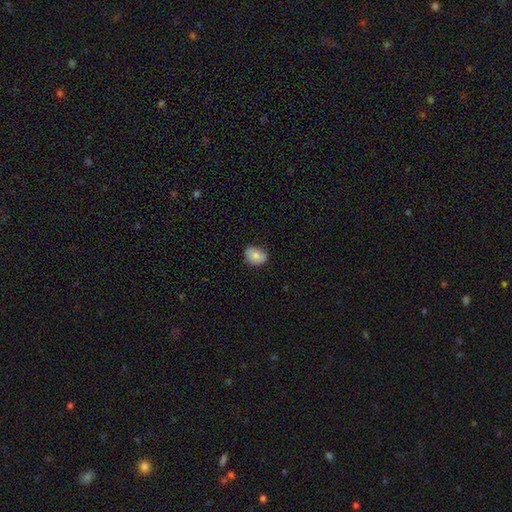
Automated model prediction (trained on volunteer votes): smooth 78%, featured or disk 14%, star or artifact 8%. Down the decision tree: how rounded — in between (59%); merging — none (68%).